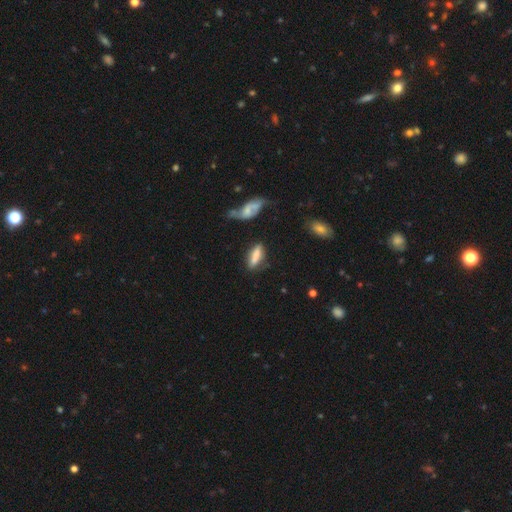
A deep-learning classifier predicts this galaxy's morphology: This is likely a smooth galaxy (75%). How rounded: possibly cigar-shaped (52%). Merging: likely none (68%).